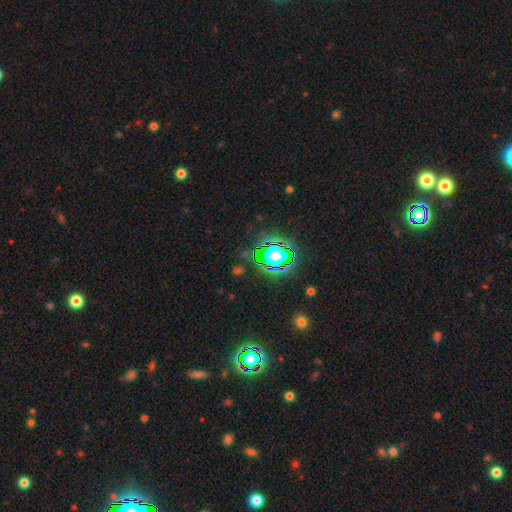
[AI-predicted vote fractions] Smooth or featured: star or artifact — 81% (smooth — 11%)